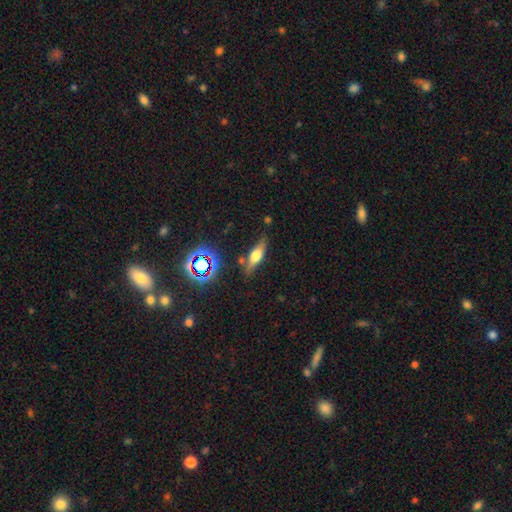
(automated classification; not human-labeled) smooth-or-featured: featured or disk: 44% | smooth: 43% | star or artifact: 13%
  merging: none: 77% | minor disturbance: 15% | merger: 4% | major disturbance: 4%